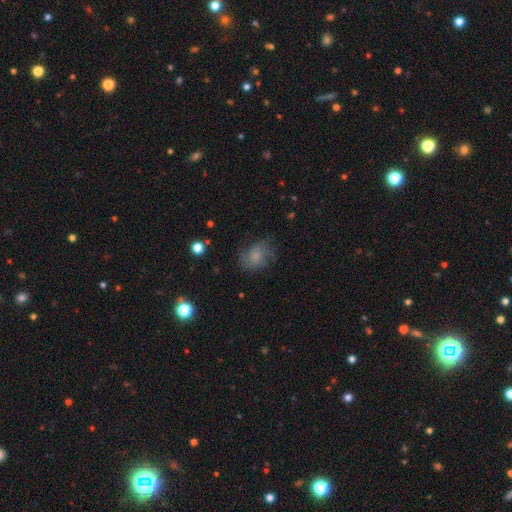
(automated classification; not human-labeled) smooth-or-featured: smooth: 67% | featured or disk: 22% | star or artifact: 11%
  how-rounded: in between: 63% | round: 36% | cigar-shaped: 1%
  merging: none: 61% | minor disturbance: 25% | major disturbance: 12% | merger: 2%